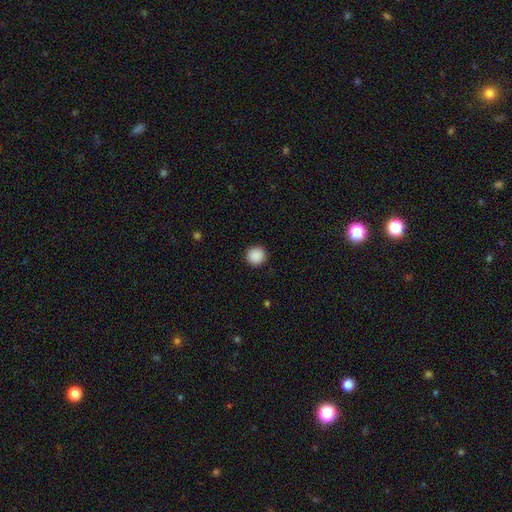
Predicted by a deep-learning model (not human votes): Morphology: type=smooth (89%); roundness=round (94%); merging=none (92%).